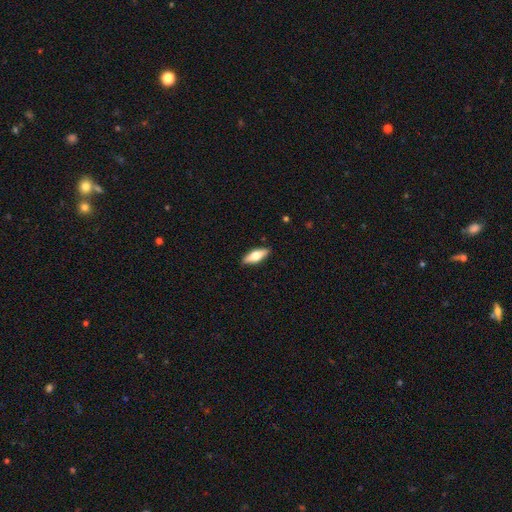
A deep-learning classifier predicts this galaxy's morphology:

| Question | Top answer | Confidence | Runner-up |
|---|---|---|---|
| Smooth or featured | smooth | 57% | featured or disk (37%) |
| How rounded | in between | 63% | cigar-shaped (34%) |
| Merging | none | 89% | minor disturbance (8%) |